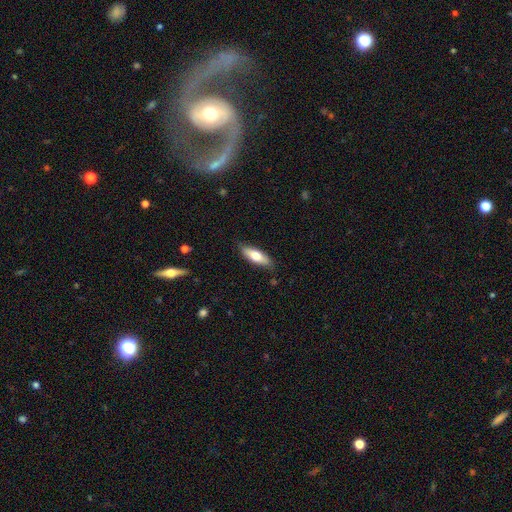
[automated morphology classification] This appears to be a smooth galaxy with no disk features (69%) that is in between round and cigar-shaped (59%). Merging: none (81%).